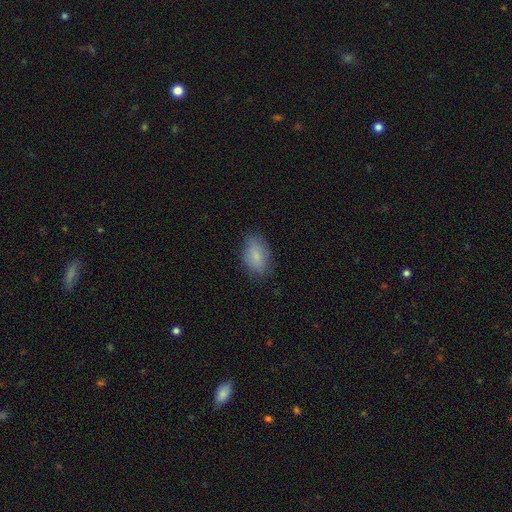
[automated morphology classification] This is clearly a smooth galaxy (85%). How rounded: clearly in between (91%). Merging: likely none (76%).